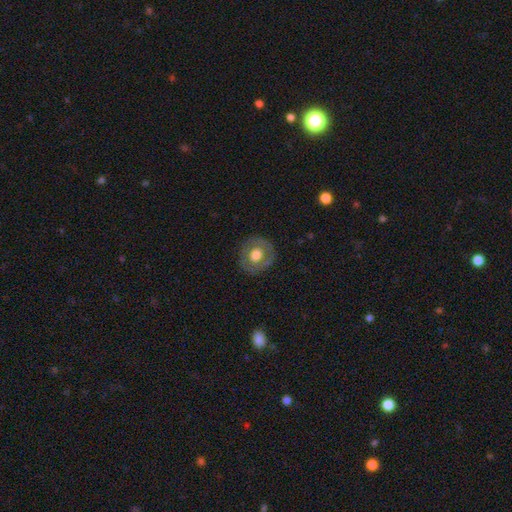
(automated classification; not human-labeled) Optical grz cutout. It shows a smooth galaxy with no disk features (54%) that is round (82%). Merging: none (83%).